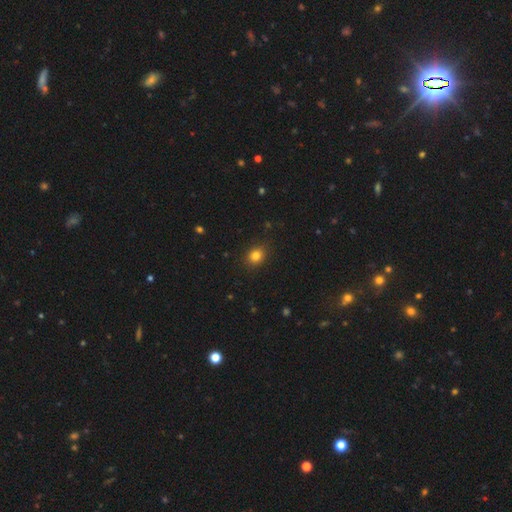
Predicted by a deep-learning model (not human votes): Smooth or featured? smooth (81%)
How rounded? round (63%)
Merging? none (88%)